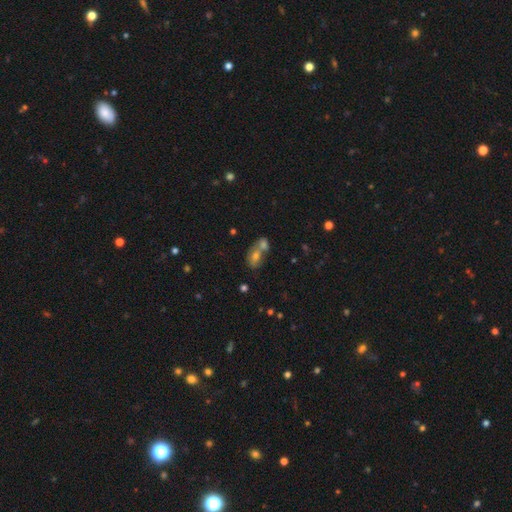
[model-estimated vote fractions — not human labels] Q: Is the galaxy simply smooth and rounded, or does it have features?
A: smooth — 61%.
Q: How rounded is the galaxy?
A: in between — 75%.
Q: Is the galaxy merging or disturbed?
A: merger — 61%.